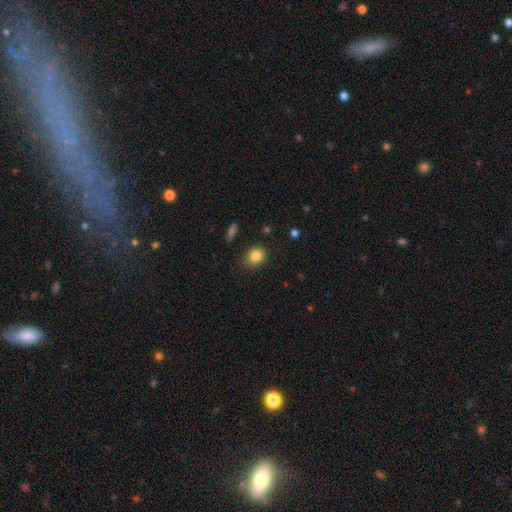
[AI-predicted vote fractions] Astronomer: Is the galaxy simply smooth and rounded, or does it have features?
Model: smooth — 83%.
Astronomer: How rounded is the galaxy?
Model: round — 56% (runner-up: in between, 43%).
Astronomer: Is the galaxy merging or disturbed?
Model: none — 82%.